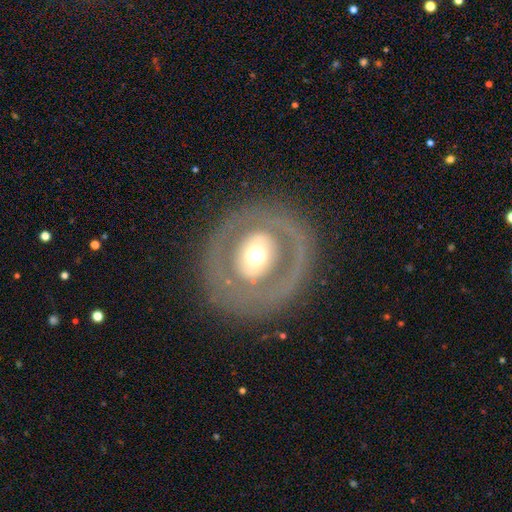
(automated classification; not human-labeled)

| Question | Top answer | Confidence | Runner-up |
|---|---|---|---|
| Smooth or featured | featured or disk | 55% | smooth (37%) |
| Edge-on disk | no | 93% | yes (7%) |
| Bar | no | 77% | weak (13%) |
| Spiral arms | no | 86% | yes (14%) |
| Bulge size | moderate | 54% | large (31%) |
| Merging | none | 79% | major disturbance (10%) |